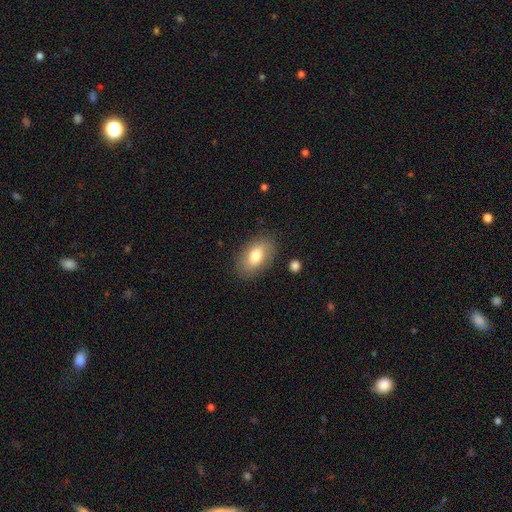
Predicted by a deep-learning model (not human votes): Smooth or featured: smooth — 75% (featured or disk — 18%)
How rounded: in between — 90% (round — 8%)
Merging: none — 84% (minor disturbance — 11%)